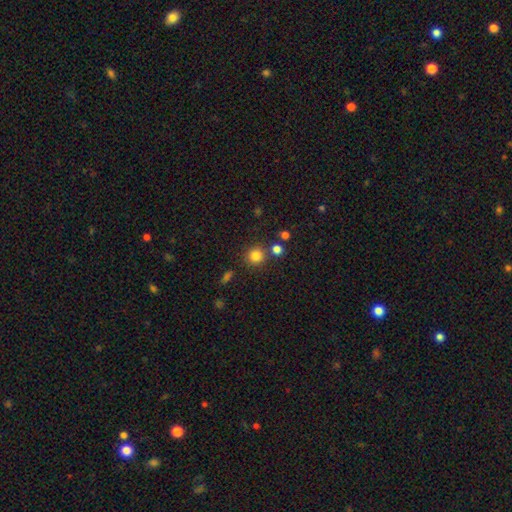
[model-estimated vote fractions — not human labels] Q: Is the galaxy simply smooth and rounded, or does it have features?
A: smooth — 83%.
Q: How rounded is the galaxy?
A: round — 91%.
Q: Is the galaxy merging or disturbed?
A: none — 80%.